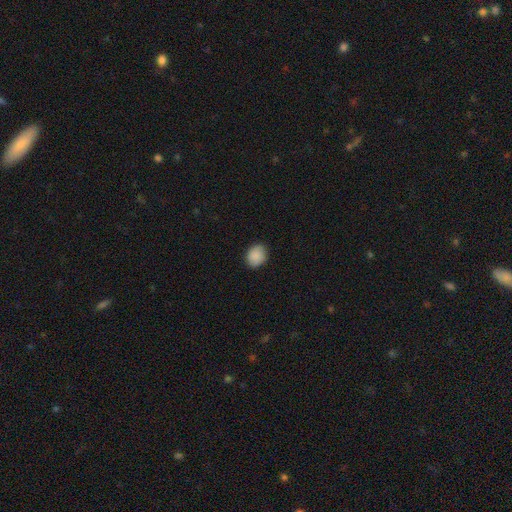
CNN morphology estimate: Q: Smooth or featured?
A: smooth (88%); runner-up: star or artifact (7%)
Q: How rounded?
A: round (57%); runner-up: in between (42%)
Q: Merging?
A: none (85%); runner-up: minor disturbance (11%)